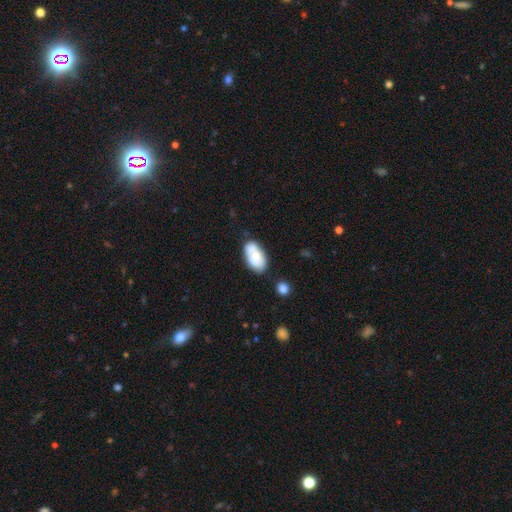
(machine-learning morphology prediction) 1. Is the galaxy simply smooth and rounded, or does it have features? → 60% smooth, 34% featured or disk, 7% star or artifact.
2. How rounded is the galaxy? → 93% in between, 5% round, 2% cigar-shaped.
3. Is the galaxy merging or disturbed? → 55% none, 22% minor disturbance, 18% merger, 6% major disturbance.